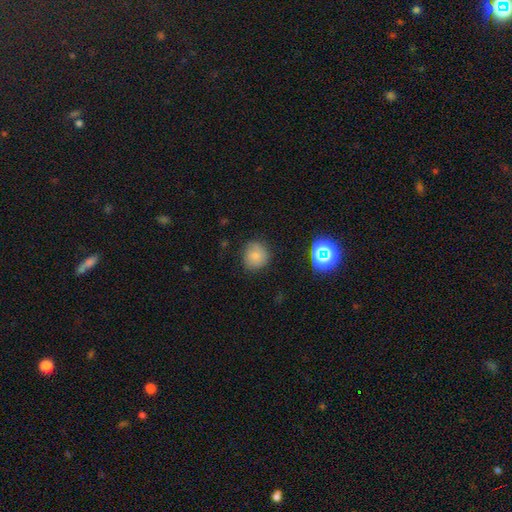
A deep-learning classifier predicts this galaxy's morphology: smooth-or-featured: smooth: 77% | star or artifact: 13% | featured or disk: 10%
  how-rounded: round: 88% | in between: 11% | cigar-shaped: 1%
  merging: none: 78% | minor disturbance: 17% | major disturbance: 4% | merger: 2%